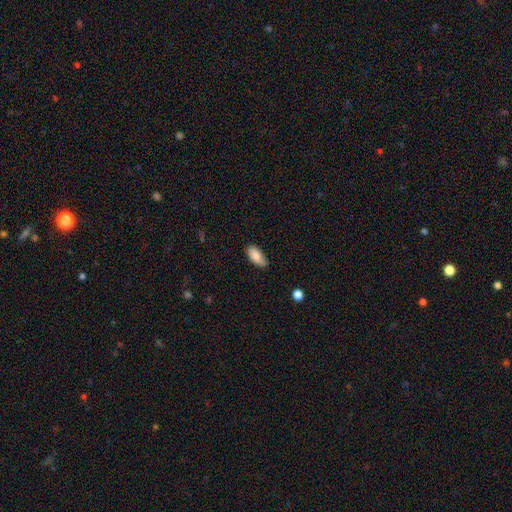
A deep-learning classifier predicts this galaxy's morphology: The model was most divided on "merging": none: 64%, minor disturbance: 29%, major disturbance: 5%, merger: 2%. More confident: how rounded — in between (90%); smooth or featured — smooth (83%).